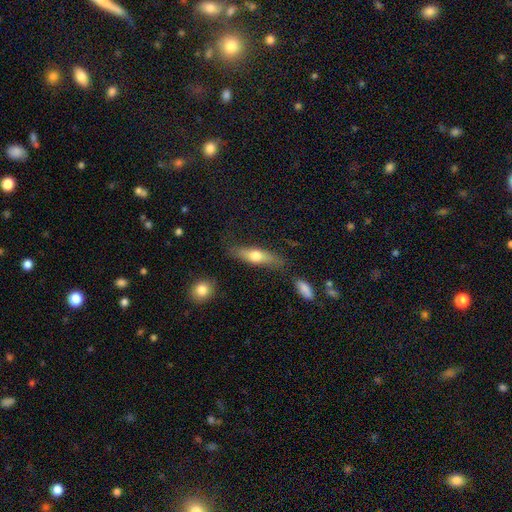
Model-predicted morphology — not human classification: Smooth or featured: smooth — 59% (featured or disk — 35%)
How rounded: cigar-shaped — 58% (in between — 39%)
Merging: none — 72% (minor disturbance — 18%)